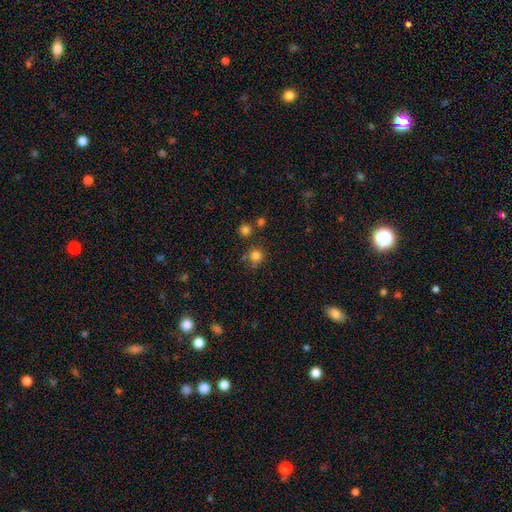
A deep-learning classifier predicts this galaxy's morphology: The model was most divided on "merging": none: 73%, merger: 11%, minor disturbance: 11%, major disturbance: 4%. More confident: how rounded — round (91%); smooth or featured — smooth (80%).